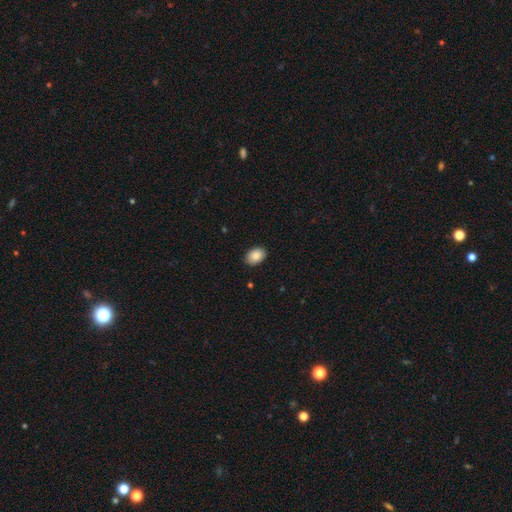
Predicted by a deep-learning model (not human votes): Smooth or featured?
  - smooth: 88% *
  - star or artifact: 7%
  - featured or disk: 5%
How rounded?
  - in between: 83% *
  - round: 16%
  - cigar-shaped: 1%
Merging?
  - none: 88% *
  - minor disturbance: 9%
  - major disturbance: 2%
  - merger: 1%